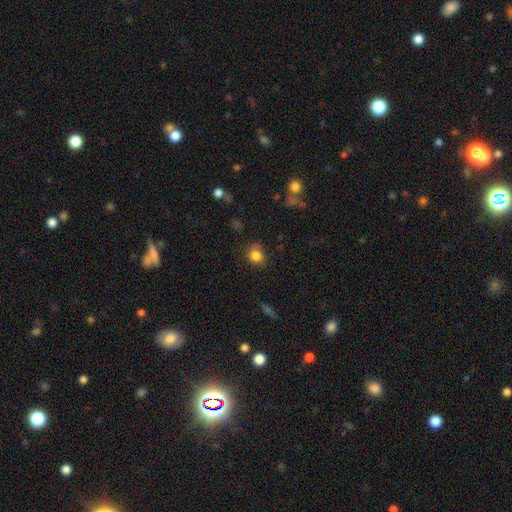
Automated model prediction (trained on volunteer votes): smooth 83%, star or artifact 11%, featured or disk 6%. Down the decision tree: how rounded — round (77%); merging — none (71%).